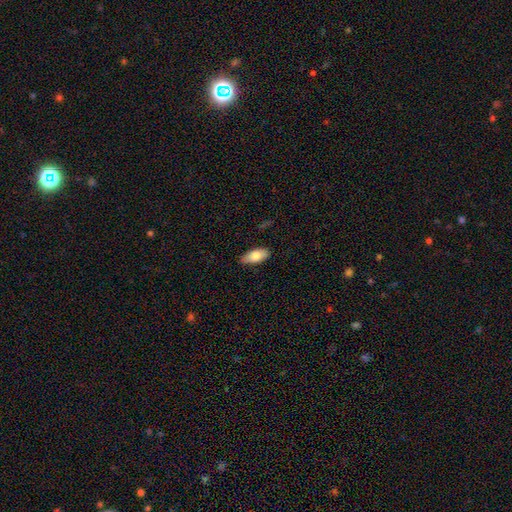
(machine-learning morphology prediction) Q: Smooth or featured?
A: smooth (81%); runner-up: featured or disk (13%)
Q: How rounded?
A: in between (87%); runner-up: cigar-shaped (11%)
Q: Merging?
A: none (85%); runner-up: minor disturbance (12%)